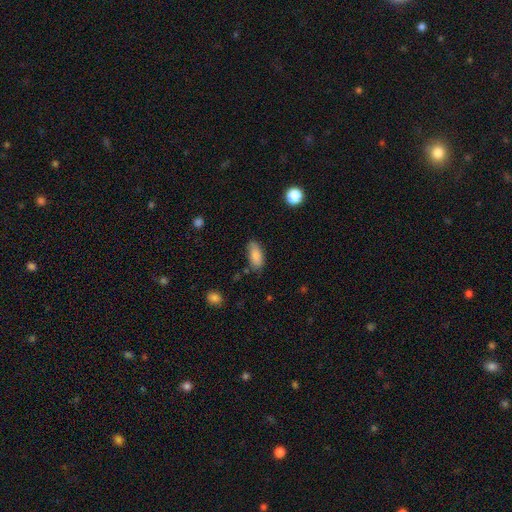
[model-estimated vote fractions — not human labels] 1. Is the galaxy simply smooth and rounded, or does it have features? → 85% smooth, 8% featured or disk, 7% star or artifact.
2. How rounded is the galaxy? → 89% in between, 9% cigar-shaped, 3% round.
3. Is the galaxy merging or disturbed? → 73% none, 20% minor disturbance, 4% major disturbance, 3% merger.